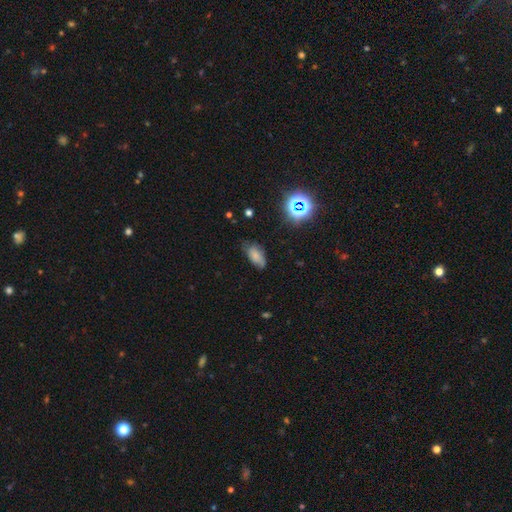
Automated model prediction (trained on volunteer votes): smooth_or_featured: smooth (p=0.70) [alt: featured or disk p=0.15]
how_rounded: in between (p=0.90) [alt: cigar-shaped p=0.06]
merging: none (p=0.56) [alt: minor disturbance p=0.33]